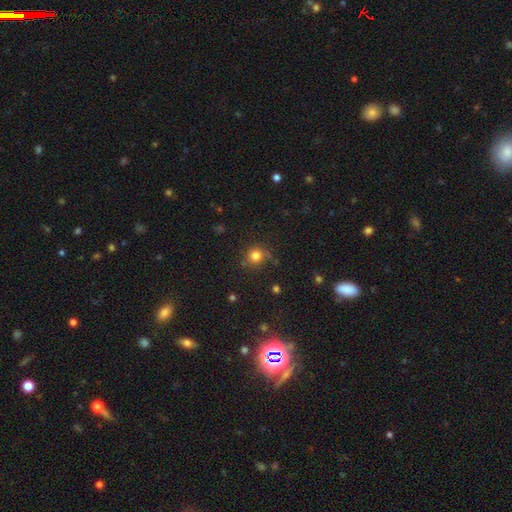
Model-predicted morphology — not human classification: A smooth galaxy with no disk features (80%) that is round (89%).

Vote fractions:
- Smooth or featured? smooth: 80% / star or artifact: 14% / featured or disk: 6%
- How rounded? round: 89% / in between: 10% / cigar-shaped: 1%
- Merging? none: 78% / minor disturbance: 14% / major disturbance: 4% / merger: 4%